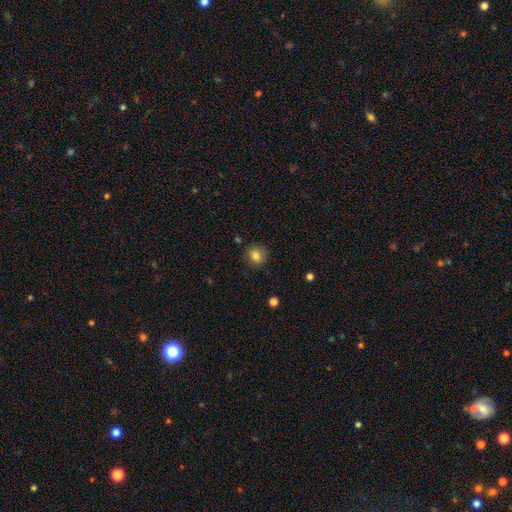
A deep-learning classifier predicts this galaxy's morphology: smooth 81%, star or artifact 10%, featured or disk 9%. Down the decision tree: how rounded — round (78%); merging — none (86%).